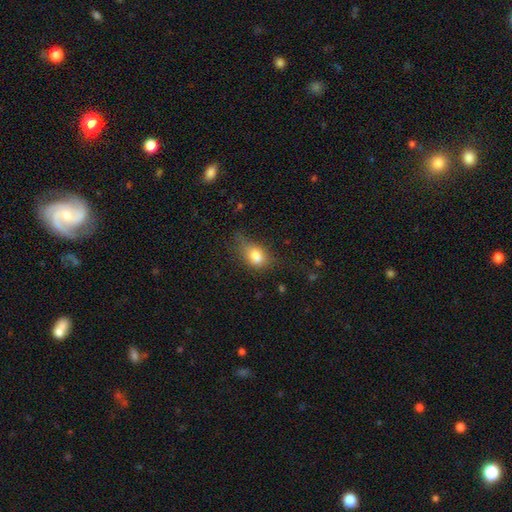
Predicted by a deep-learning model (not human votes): This appears to be a smooth galaxy with no disk features (76%) that is in between round and cigar-shaped (75%). Merging: none (36%).